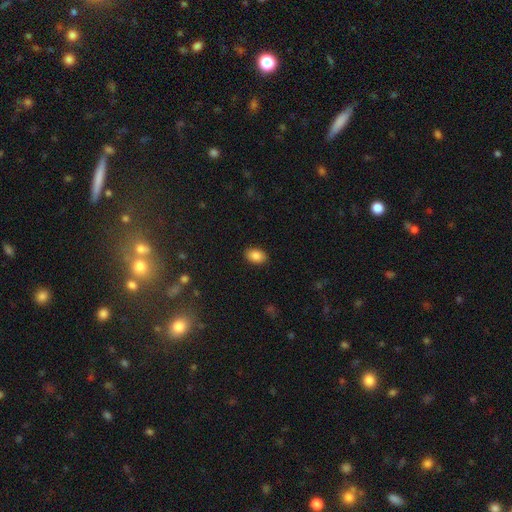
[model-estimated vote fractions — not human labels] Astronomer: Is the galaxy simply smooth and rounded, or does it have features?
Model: smooth — 87%.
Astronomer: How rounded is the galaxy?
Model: in between — 87%.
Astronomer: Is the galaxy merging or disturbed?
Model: none — 89%.